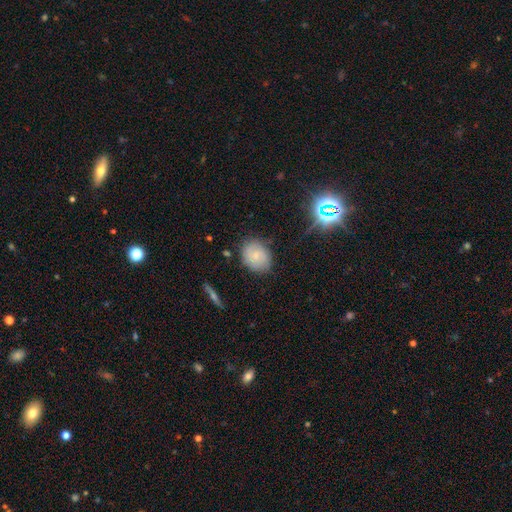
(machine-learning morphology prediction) This is possibly a smooth galaxy (55%). How rounded: possibly round (56%). Merging: likely none (77%).